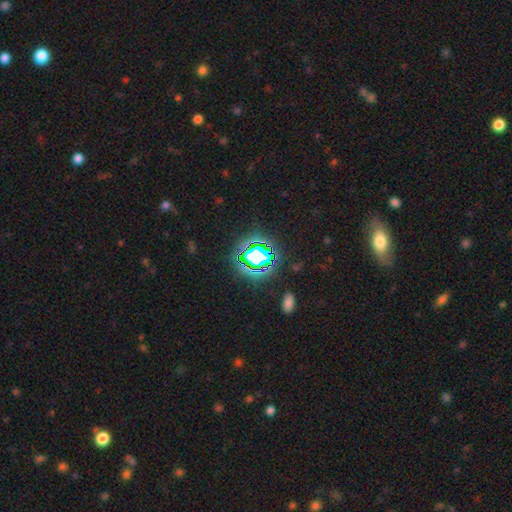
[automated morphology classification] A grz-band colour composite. It shows a star or artifact, not a galaxy (69%).